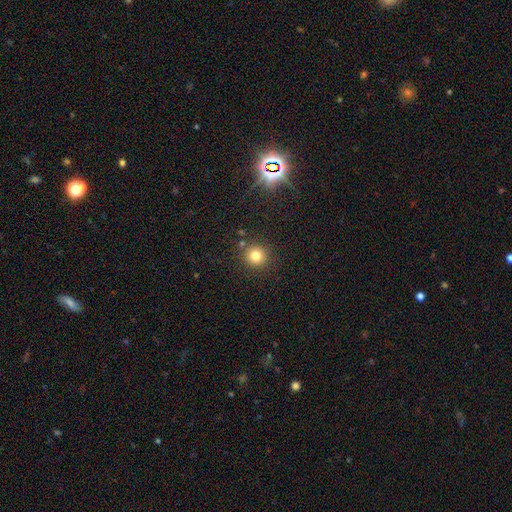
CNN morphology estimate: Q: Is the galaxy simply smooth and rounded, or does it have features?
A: smooth — 80%.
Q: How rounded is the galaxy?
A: round — 94%.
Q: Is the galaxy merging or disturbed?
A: none — 87%.